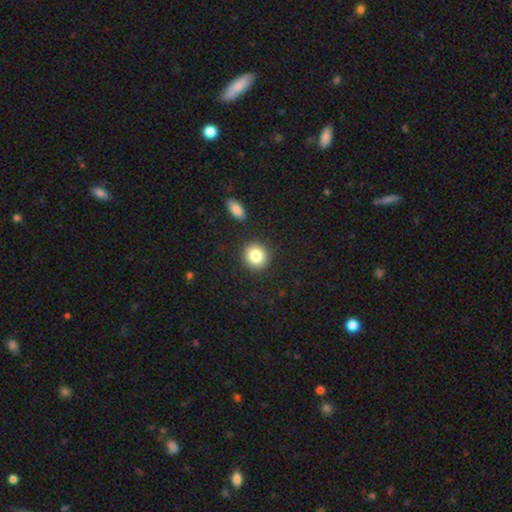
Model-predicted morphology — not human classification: A smooth galaxy with no disk features (83%) that is round (88%).

Vote fractions:
- Smooth or featured? smooth: 83% / star or artifact: 10% / featured or disk: 8%
- How rounded? round: 88% / in between: 11% / cigar-shaped: 1%
- Merging? none: 87% / minor disturbance: 7% / merger: 4% / major disturbance: 2%